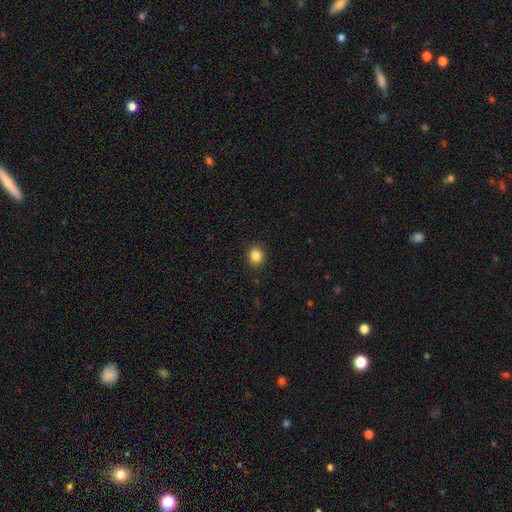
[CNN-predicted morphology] This is clearly a smooth galaxy (85%). How rounded: likely round (74%). Merging: clearly none (91%).